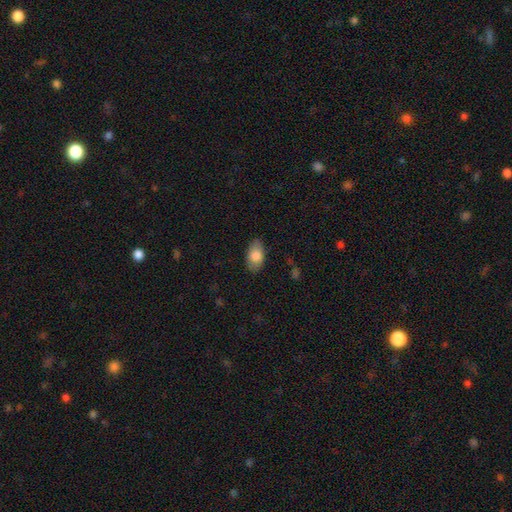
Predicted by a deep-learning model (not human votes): A smooth galaxy with no disk features (81%) that is in between round and cigar-shaped (93%).

Vote fractions:
- Smooth or featured? smooth: 81% / featured or disk: 12% / star or artifact: 6%
- How rounded? in between: 93% / round: 5% / cigar-shaped: 2%
- Merging? none: 82% / minor disturbance: 14% / major disturbance: 3% / merger: 1%